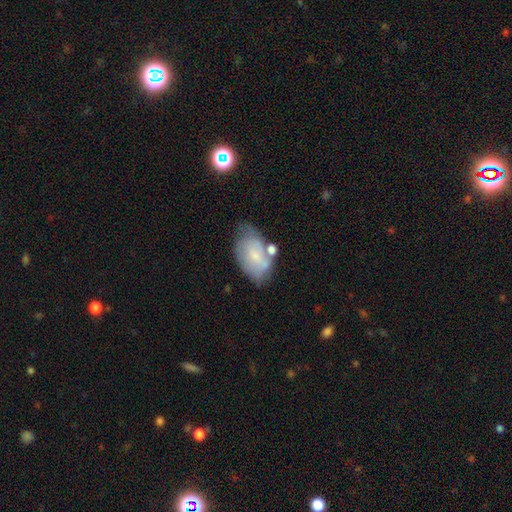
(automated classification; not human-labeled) The model was most divided on "smooth or featured": smooth: 52%, featured or disk: 39%, star or artifact: 8%. Remaining: how rounded — in between (91%); merging — none (43%).